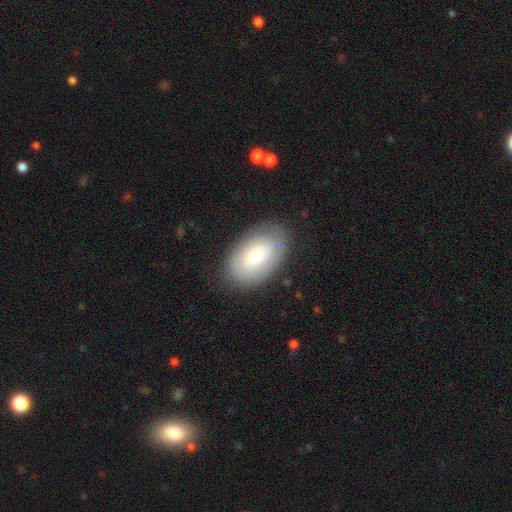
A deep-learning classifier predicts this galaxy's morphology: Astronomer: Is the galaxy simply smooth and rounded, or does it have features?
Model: smooth — 65%.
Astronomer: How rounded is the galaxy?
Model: in between — 89%.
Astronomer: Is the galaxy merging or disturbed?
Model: none — 82%.